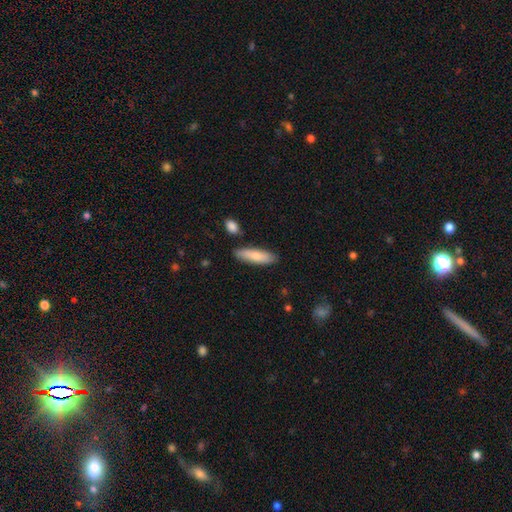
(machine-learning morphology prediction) smooth 79%, featured or disk 16%, star or artifact 5%. Down the decision tree: how rounded — cigar-shaped (57%); merging — none (82%).